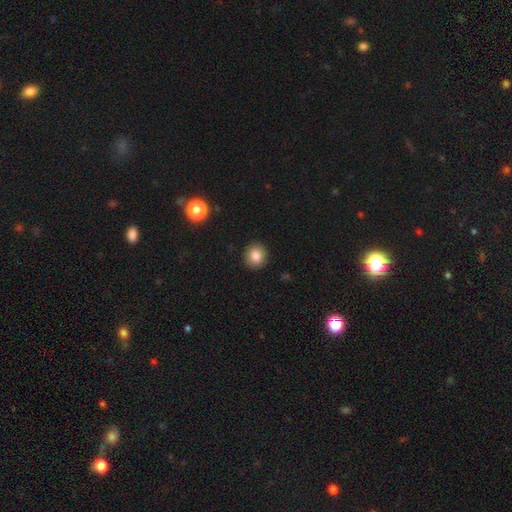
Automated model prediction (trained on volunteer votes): Smooth or featured? Predicted: smooth (p=0.83). How rounded? Predicted: round (p=0.86). Merging? Predicted: none (p=0.92).